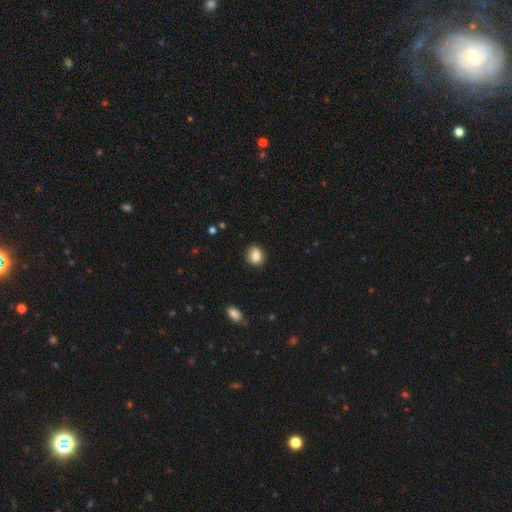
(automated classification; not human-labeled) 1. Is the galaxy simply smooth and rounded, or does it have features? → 81% smooth, 10% featured or disk, 8% star or artifact.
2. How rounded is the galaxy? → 60% round, 39% in between, 1% cigar-shaped.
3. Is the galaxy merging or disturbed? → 85% none, 11% minor disturbance, 3% major disturbance, 1% merger.